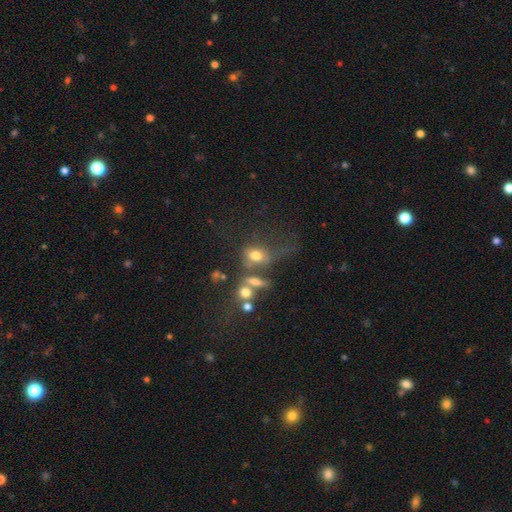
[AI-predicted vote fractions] Morphology: type=smooth (64%); roundness=in between (66%); merging=merger (32%).